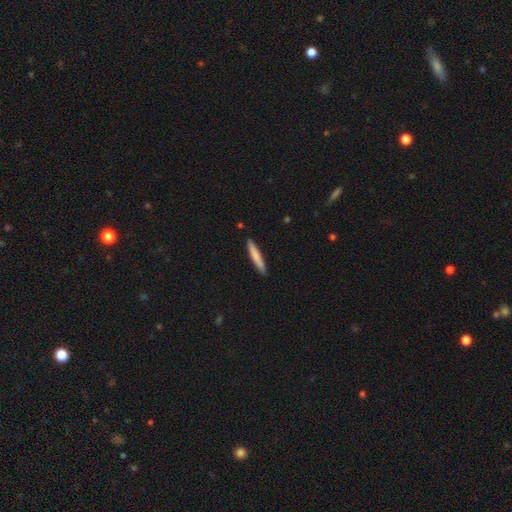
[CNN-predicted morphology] A smooth galaxy with no disk features (76%) that is cigar-shaped (93%). Merging: none (89%).